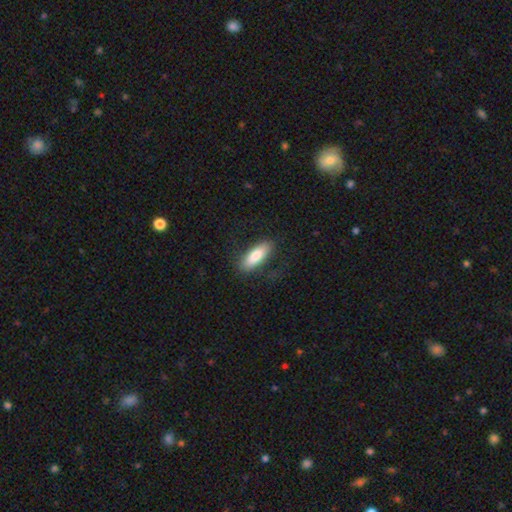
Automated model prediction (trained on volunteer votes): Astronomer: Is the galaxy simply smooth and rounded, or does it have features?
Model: smooth — 80%.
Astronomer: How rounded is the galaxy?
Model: in between — 64%.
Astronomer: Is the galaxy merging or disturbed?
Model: none — 79%.